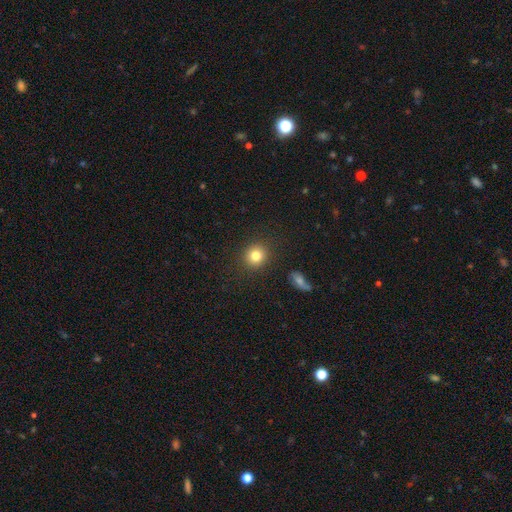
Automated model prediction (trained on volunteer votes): Smooth or featured?
  - smooth: 82% *
  - star or artifact: 11%
  - featured or disk: 7%
How rounded?
  - round: 88% *
  - in between: 11%
  - cigar-shaped: 1%
Merging?
  - none: 89% *
  - minor disturbance: 6%
  - major disturbance: 3%
  - merger: 2%